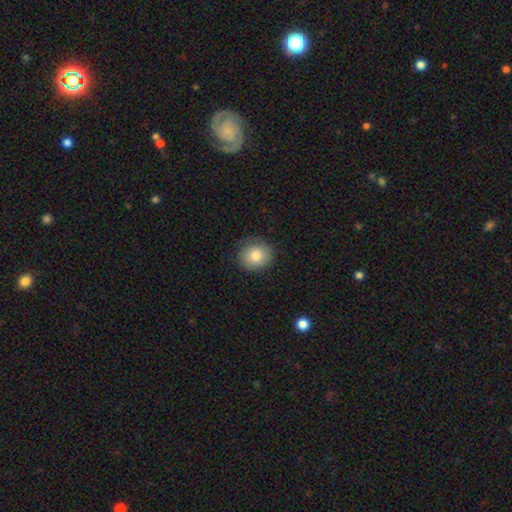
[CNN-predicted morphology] Smooth or featured? smooth (77%)
How rounded? round (84%)
Merging? none (77%)